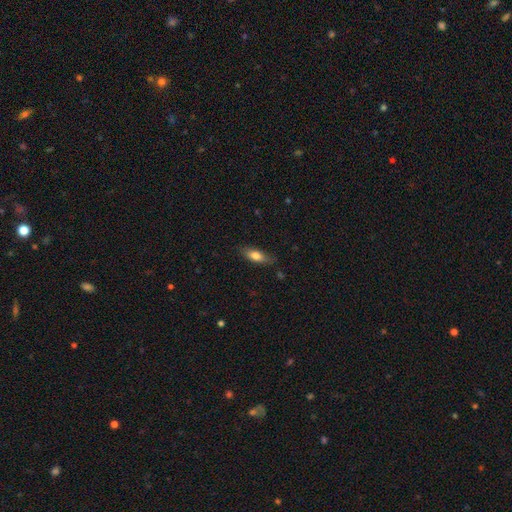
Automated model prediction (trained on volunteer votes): Overall: smooth (72%). How rounded: in between (68%; cigar-shaped 29%). Merging: none (79%).